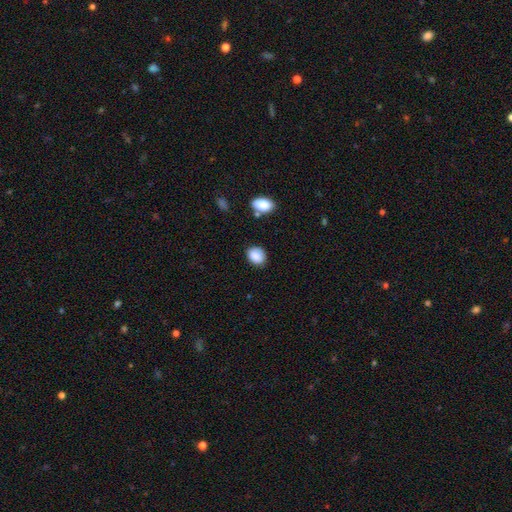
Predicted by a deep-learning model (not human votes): smooth-or-featured: smooth: 88% | star or artifact: 8% | featured or disk: 4%
  how-rounded: in between: 52% | round: 47% | cigar-shaped: 1%
  merging: none: 83% | minor disturbance: 12% | major disturbance: 3% | merger: 2%